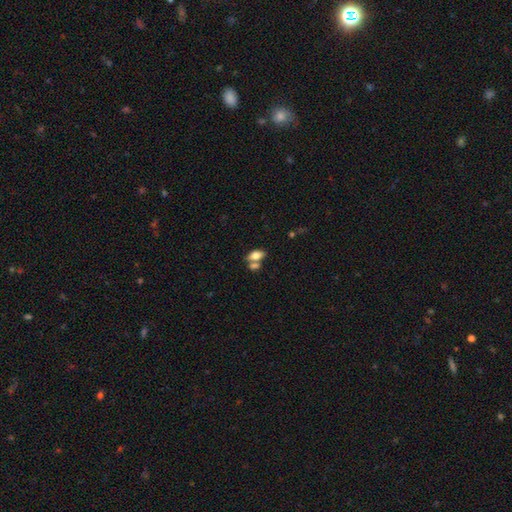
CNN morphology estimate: Overall: smooth (72%). How rounded: in between (87%). Merging: none (50%; merger 35%).